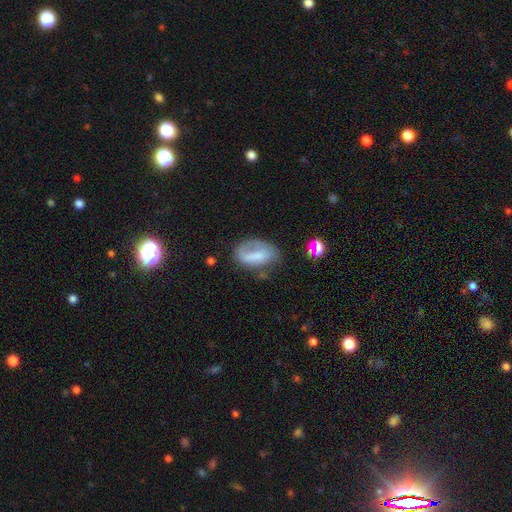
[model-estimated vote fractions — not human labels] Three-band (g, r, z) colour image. It shows a smooth galaxy with no disk features (55%) that is in between round and cigar-shaped (86%). Merging: none (44%).